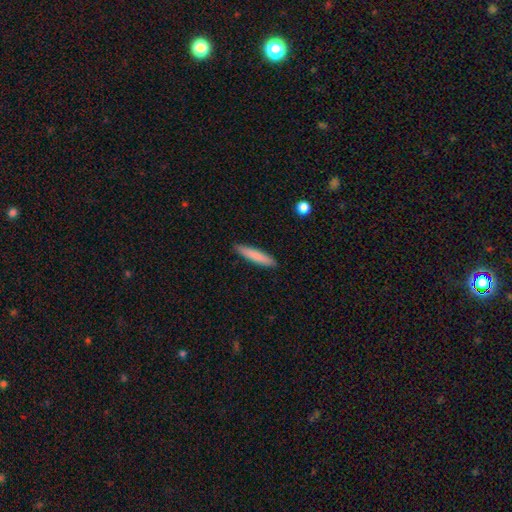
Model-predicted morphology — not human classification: A smooth galaxy with no disk features (81%) that is cigar-shaped (90%).

Vote fractions:
- Smooth or featured? smooth: 81% / featured or disk: 13% / star or artifact: 6%
- How rounded? cigar-shaped: 90% / in between: 9% / round: 1%
- Merging? none: 90% / minor disturbance: 8% / major disturbance: 2% / merger: 1%